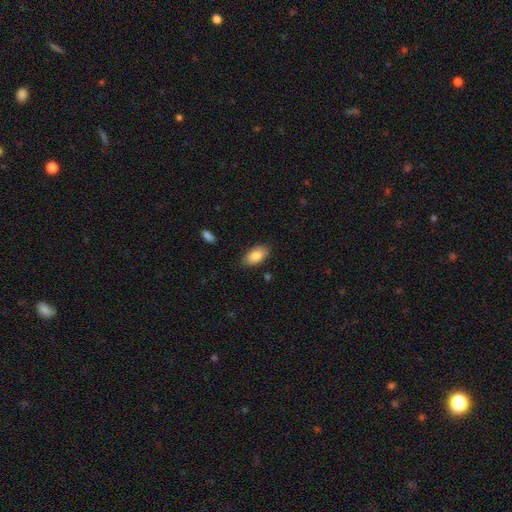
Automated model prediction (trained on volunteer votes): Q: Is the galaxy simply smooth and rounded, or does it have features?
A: smooth — 85%.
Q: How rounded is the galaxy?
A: in between — 94%.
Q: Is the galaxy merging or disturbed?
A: none — 83%.